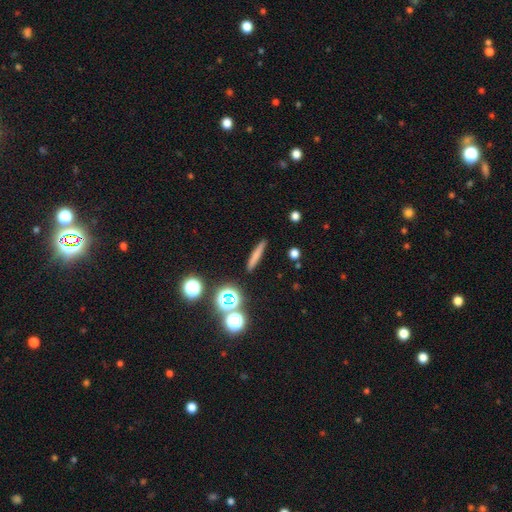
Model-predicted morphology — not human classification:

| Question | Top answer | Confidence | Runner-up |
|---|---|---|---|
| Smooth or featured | smooth | 66% | featured or disk (21%) |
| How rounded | cigar-shaped | 91% | in between (5%) |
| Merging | none | 90% | minor disturbance (7%) |